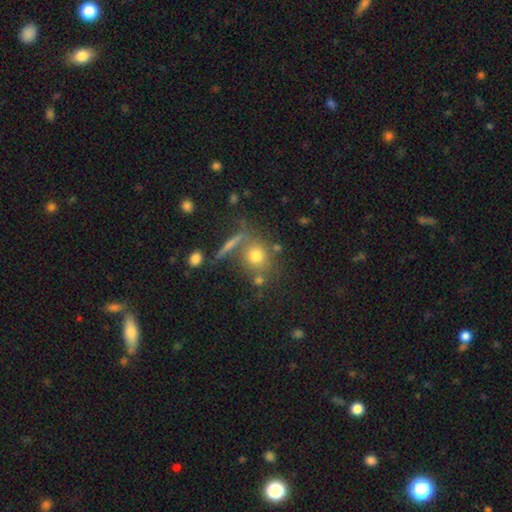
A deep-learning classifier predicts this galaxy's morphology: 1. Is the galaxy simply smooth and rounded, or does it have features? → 70% smooth, 16% featured or disk, 14% star or artifact.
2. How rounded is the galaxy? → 77% round, 20% in between, 3% cigar-shaped.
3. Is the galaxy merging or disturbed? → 64% none, 17% merger, 12% minor disturbance, 6% major disturbance.